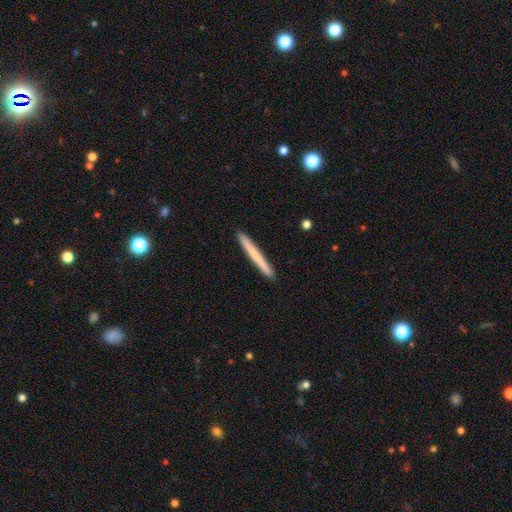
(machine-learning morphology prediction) A smooth galaxy with no disk features (67%) that is cigar-shaped (97%). Merging: none (93%).